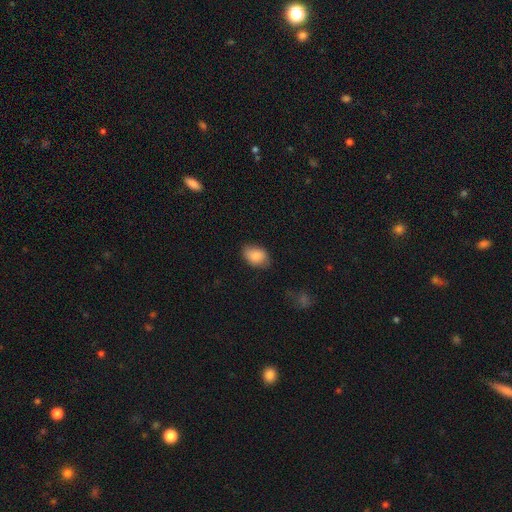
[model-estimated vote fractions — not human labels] smooth-or-featured: smooth: 86% | star or artifact: 7% | featured or disk: 7%
  how-rounded: in between: 81% | round: 18% | cigar-shaped: 1%
  merging: none: 77% | minor disturbance: 19% | major disturbance: 4% | merger: 1%